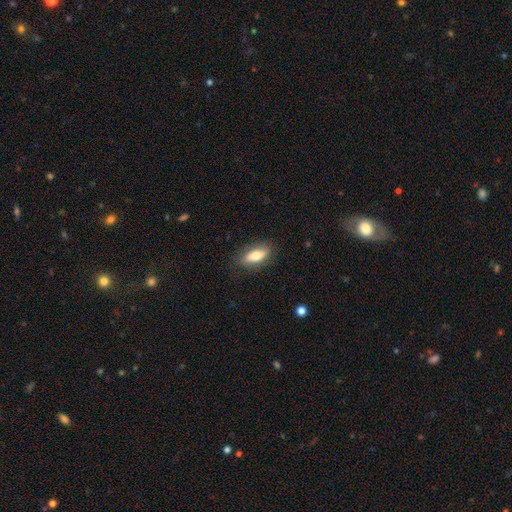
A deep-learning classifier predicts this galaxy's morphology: A smooth galaxy with no disk features (67%) that is in between round and cigar-shaped (79%). Merging: none (82%).